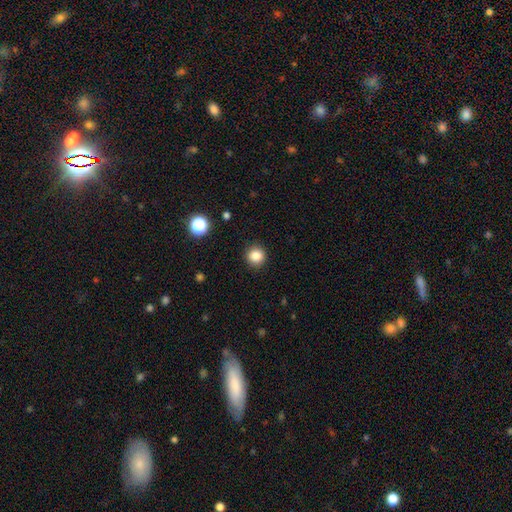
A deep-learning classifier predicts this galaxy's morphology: Q: Smooth or featured?
A: smooth (85%); runner-up: star or artifact (11%)
Q: How rounded?
A: round (93%); runner-up: in between (6%)
Q: Merging?
A: none (91%); runner-up: minor disturbance (6%)